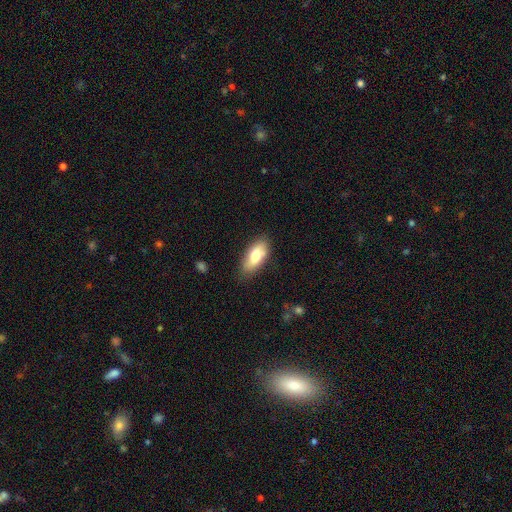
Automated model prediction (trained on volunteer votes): smooth_or_featured: smooth (p=0.75) [alt: featured or disk p=0.19]
how_rounded: in between (p=0.86) [alt: cigar-shaped p=0.11]
merging: none (p=0.79) [alt: minor disturbance p=0.16]